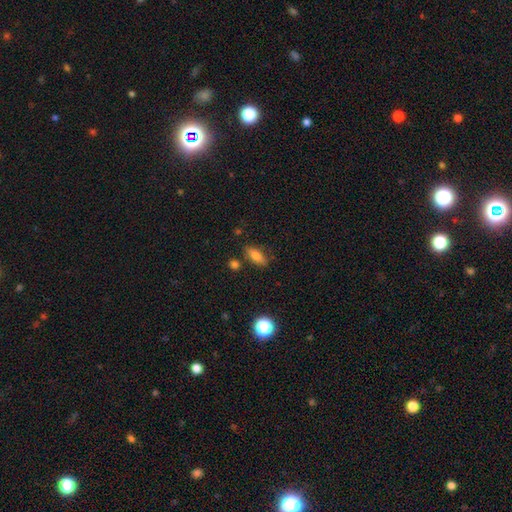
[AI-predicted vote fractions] Smooth or featured: smooth — 78% (featured or disk — 12%)
How rounded: in between — 77% (cigar-shaped — 18%)
Merging: none — 79% (minor disturbance — 13%)